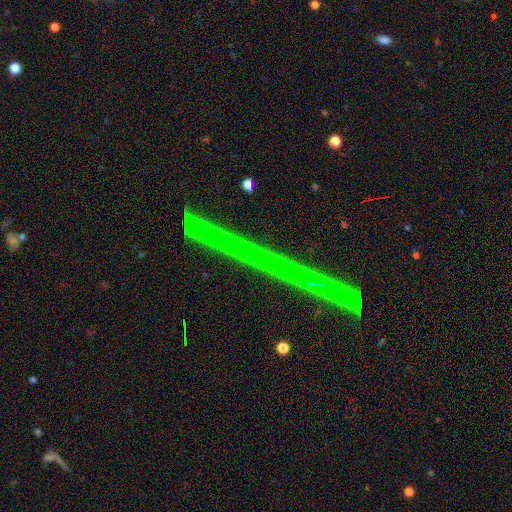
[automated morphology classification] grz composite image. It shows a featured or disk galaxy (53%) viewed edge-on (97%) with no central bulge (93%). Merging: none (91%).